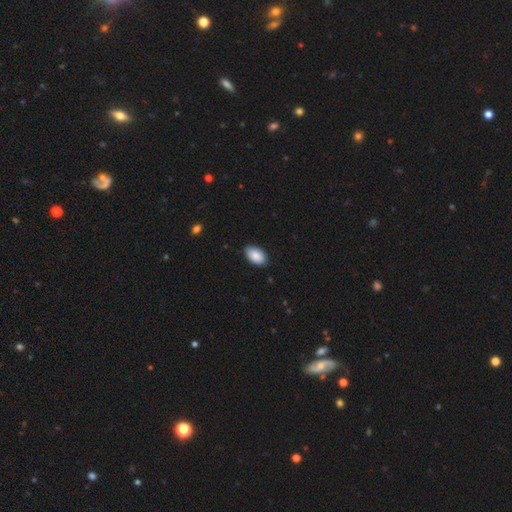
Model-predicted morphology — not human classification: A smooth galaxy with no disk features (89%) that is in between round and cigar-shaped (95%). Merging: none (86%).